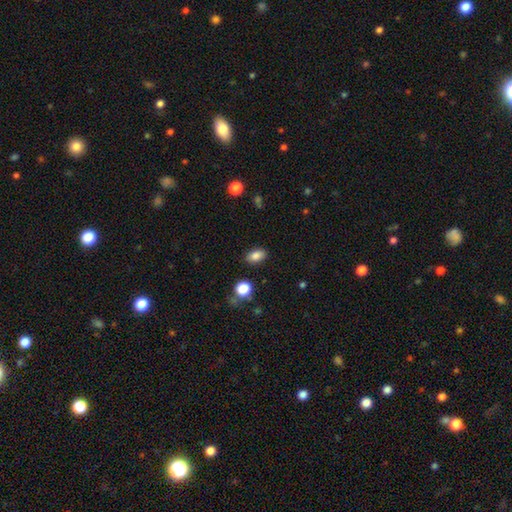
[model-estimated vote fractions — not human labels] Smooth or featured: smooth — 85% (star or artifact — 10%)
How rounded: in between — 87% (round — 11%)
Merging: none — 87% (minor disturbance — 9%)